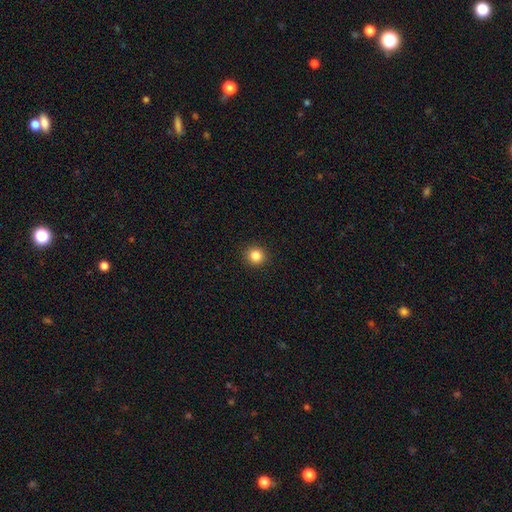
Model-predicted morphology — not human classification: smooth 85%, star or artifact 11%, featured or disk 4%. Down the decision tree: how rounded — round (93%); merging — none (93%).